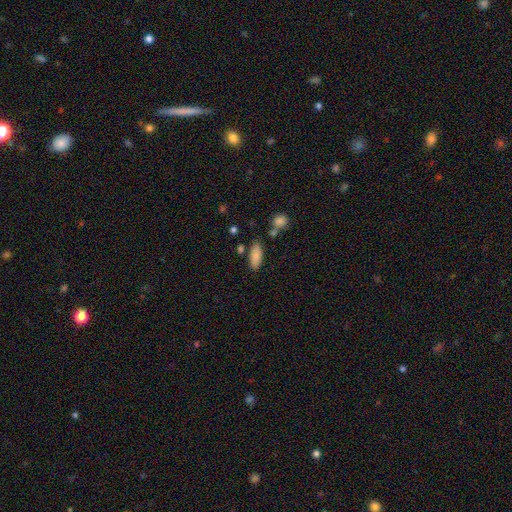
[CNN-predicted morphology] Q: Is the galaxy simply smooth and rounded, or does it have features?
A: smooth — 86%.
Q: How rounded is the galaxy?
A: in between — 73%.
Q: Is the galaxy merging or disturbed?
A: none — 74%.